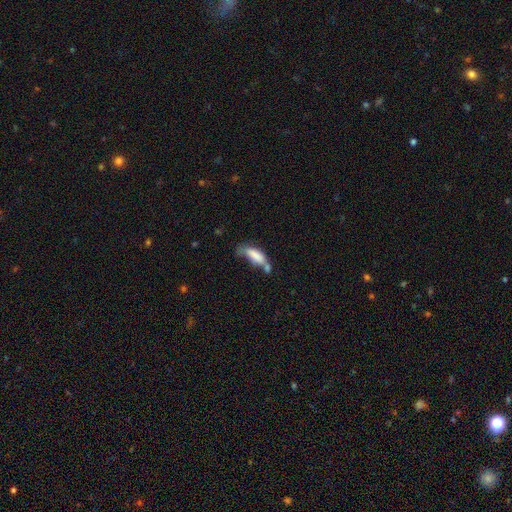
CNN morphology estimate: type=smooth (76%); roundness=in between (69%); merging=merger (37%).